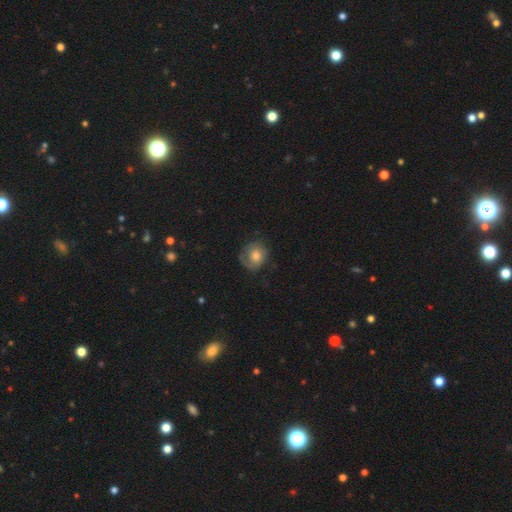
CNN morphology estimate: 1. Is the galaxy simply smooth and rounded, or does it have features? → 50% smooth, 42% featured or disk, 8% star or artifact.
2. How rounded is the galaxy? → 76% round, 23% in between, 1% cigar-shaped.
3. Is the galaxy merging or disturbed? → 62% none, 23% minor disturbance, 14% major disturbance, 1% merger.